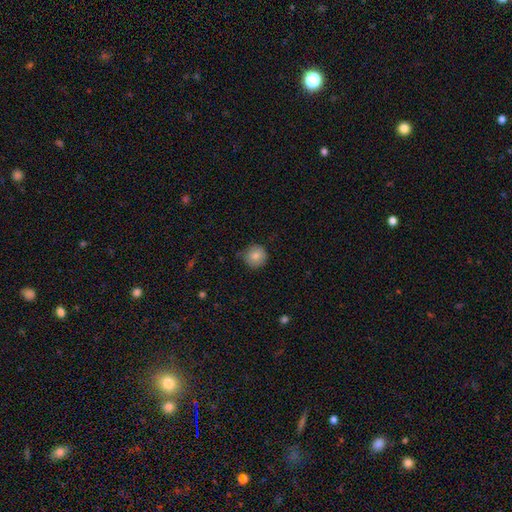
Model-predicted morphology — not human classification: Q: Smooth or featured?
A: smooth (82%); runner-up: featured or disk (9%)
Q: How rounded?
A: round (94%); runner-up: in between (5%)
Q: Merging?
A: none (78%); runner-up: minor disturbance (18%)